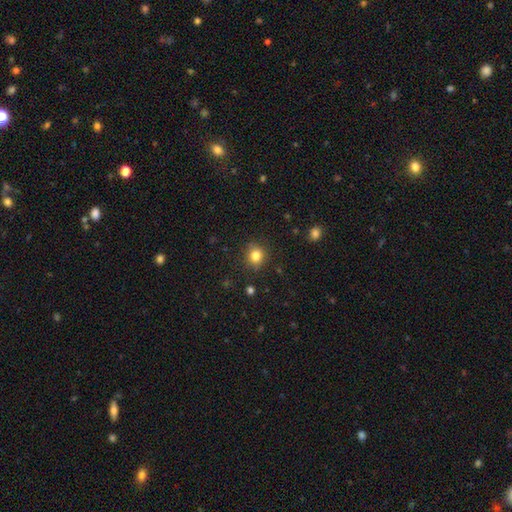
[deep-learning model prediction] smooth 82%, star or artifact 12%, featured or disk 6%. Down the decision tree: how rounded — round (82%); merging — none (86%).